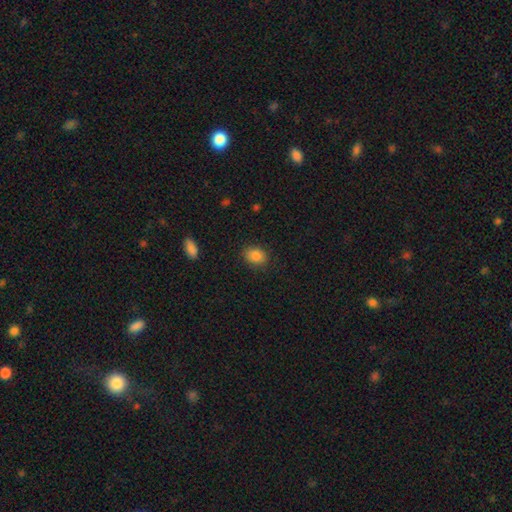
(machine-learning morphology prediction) A smooth galaxy with no disk features (86%) that is in between round and cigar-shaped (56%).

Vote fractions:
- Smooth or featured? smooth: 86% / star or artifact: 9% / featured or disk: 5%
- How rounded? in between: 56% / round: 43% / cigar-shaped: 1%
- Merging? none: 85% / minor disturbance: 11% / major disturbance: 3% / merger: 1%